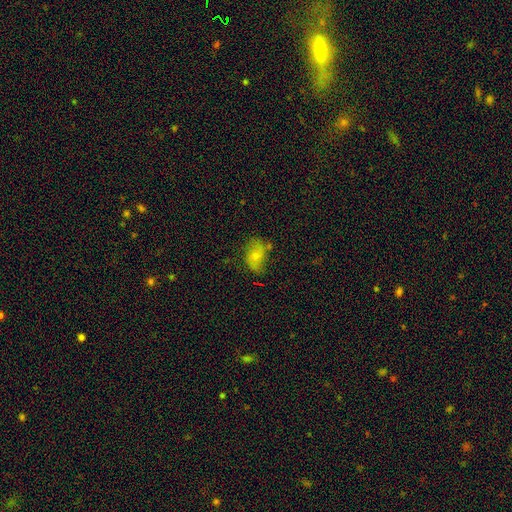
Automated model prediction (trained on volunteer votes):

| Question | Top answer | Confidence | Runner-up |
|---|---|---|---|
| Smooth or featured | smooth | 58% | featured or disk (32%) |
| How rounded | in between | 84% | round (14%) |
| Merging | none | 55% | minor disturbance (28%) |